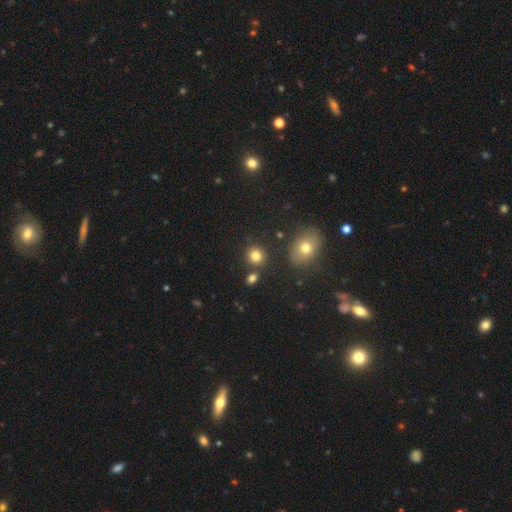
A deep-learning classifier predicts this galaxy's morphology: This appears to be a smooth galaxy with no disk features (80%) that is round (85%). Merging: none (83%).